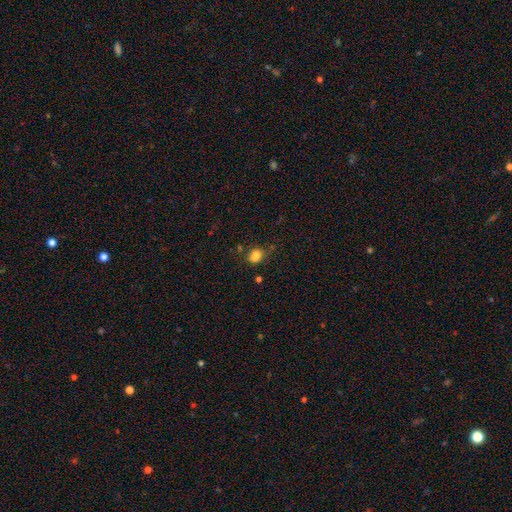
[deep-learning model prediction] The model was most divided on "how rounded": in between: 50%, round: 49%, cigar-shaped: 1%. More confident: smooth or featured — smooth (79%); merging — none (56%).